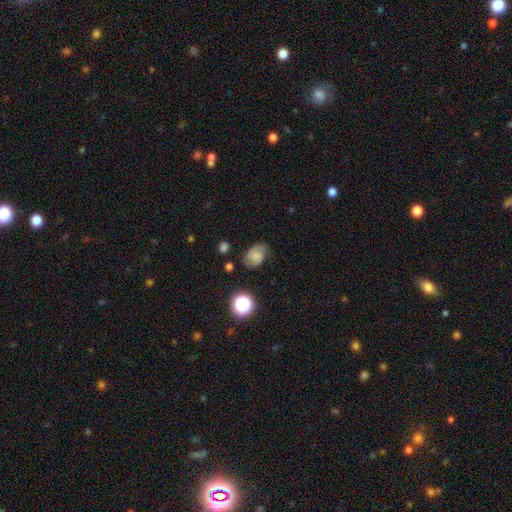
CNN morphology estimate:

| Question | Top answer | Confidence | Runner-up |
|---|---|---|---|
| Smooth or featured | smooth | 59% | featured or disk (27%) |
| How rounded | in between | 70% | round (29%) |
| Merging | none | 59% | minor disturbance (28%) |